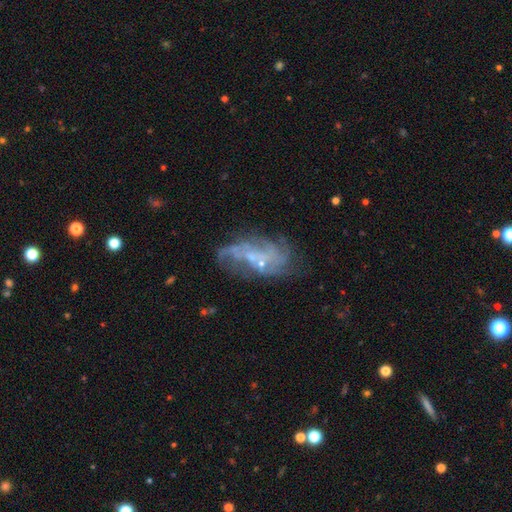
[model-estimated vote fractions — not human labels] A featured or disk galaxy (75%) with no bar (64%), medium (38%) spiral arms (80%) and a small central bulge (72%).

Vote fractions:
- Smooth or featured? featured or disk: 75% / smooth: 13% / star or artifact: 12%
- Edge-on disk? no: 94% / yes: 6%
- Bar? no: 64% / weak: 29% / strong: 7%
- Spiral arms? yes: 80% / no: 20%
- Spiral winding? medium: 38% / tight: 33% / loose: 29%
- Spiral arm count? can't tell: 41% / 3: 15% / 2: 15% / 4: 15% / more than 4: 8% / 1: 6%
- Bulge size? small: 72% / moderate: 14% / none: 12% / large: 1% / dominant: 1%
- Merging? none: 55% / minor disturbance: 19% / major disturbance: 17% / merger: 9%